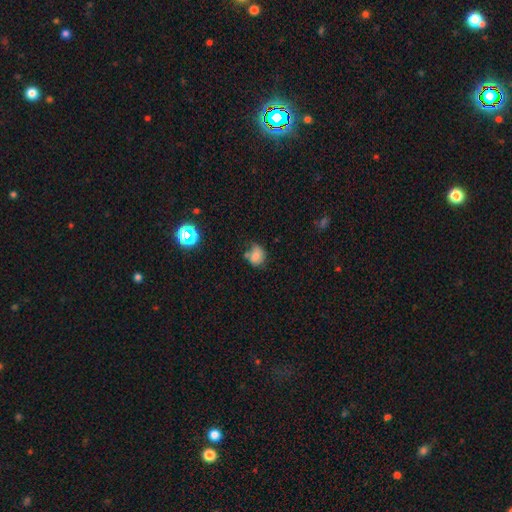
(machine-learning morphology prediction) Q: Smooth or featured?
A: smooth (72%); runner-up: star or artifact (14%)
Q: How rounded?
A: round (65%); runner-up: in between (34%)
Q: Merging?
A: none (52%); runner-up: minor disturbance (27%)